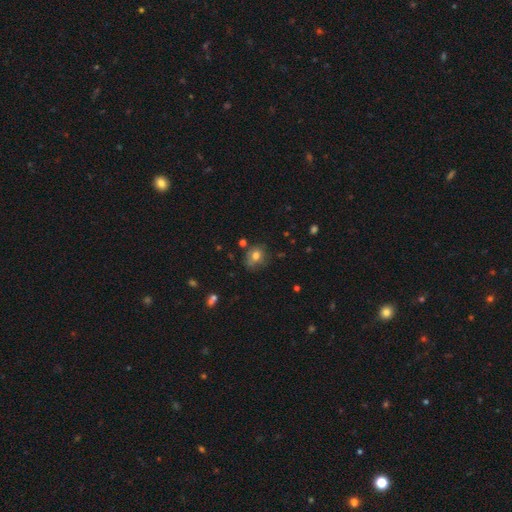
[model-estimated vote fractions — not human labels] smooth-or-featured: smooth: 71% | featured or disk: 16% | star or artifact: 12%
  how-rounded: round: 58% | in between: 40% | cigar-shaped: 1%
  merging: none: 59% | minor disturbance: 25% | major disturbance: 9% | merger: 6%